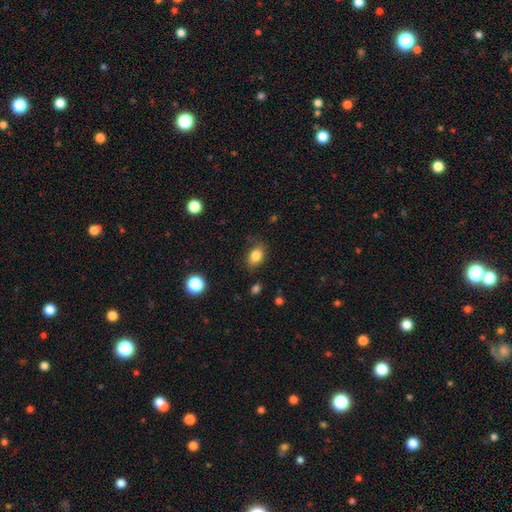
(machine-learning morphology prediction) The model was most divided on "how rounded": in between: 77%, round: 22%, cigar-shaped: 1%. More confident: smooth or featured — smooth (83%); merging — none (78%).